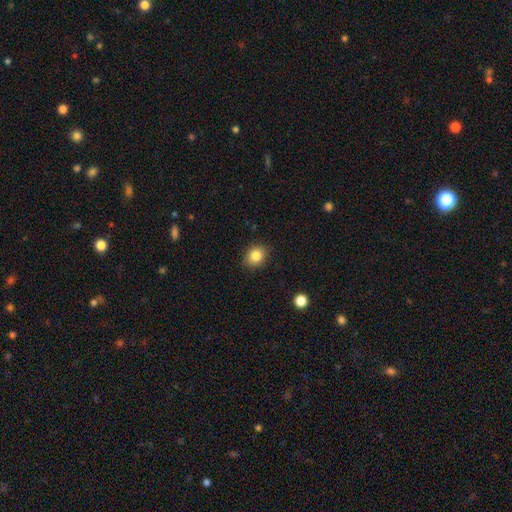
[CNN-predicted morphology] A smooth galaxy with no disk features (84%) that is round (69%). Merging: none (88%).